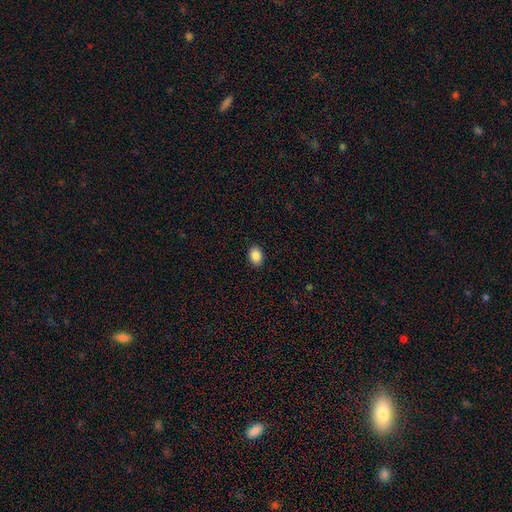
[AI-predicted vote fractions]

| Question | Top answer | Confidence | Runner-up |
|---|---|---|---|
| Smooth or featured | smooth | 87% | star or artifact (9%) |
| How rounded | in between | 74% | round (25%) |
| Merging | none | 90% | minor disturbance (7%) |